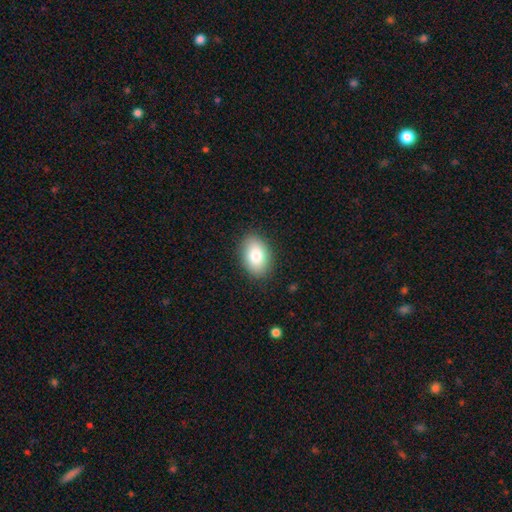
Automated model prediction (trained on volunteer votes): Q: Smooth or featured?
A: smooth (83%); runner-up: featured or disk (10%)
Q: How rounded?
A: in between (88%); runner-up: round (11%)
Q: Merging?
A: none (87%); runner-up: minor disturbance (10%)